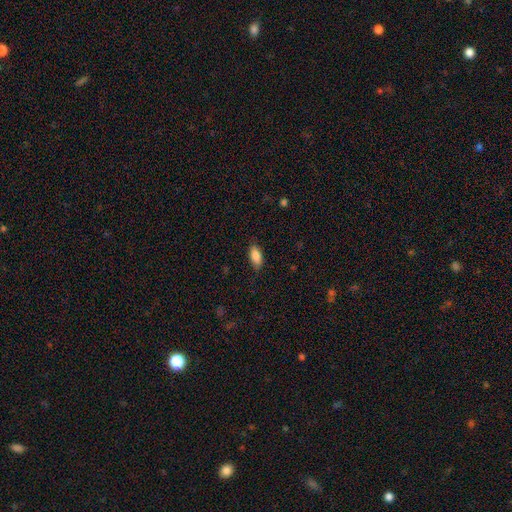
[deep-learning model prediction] Smooth or featured?
  - smooth: 86% *
  - featured or disk: 7%
  - star or artifact: 7%
How rounded?
  - in between: 88% *
  - cigar-shaped: 10%
  - round: 3%
Merging?
  - none: 82% *
  - minor disturbance: 14%
  - major disturbance: 3%
  - merger: 1%